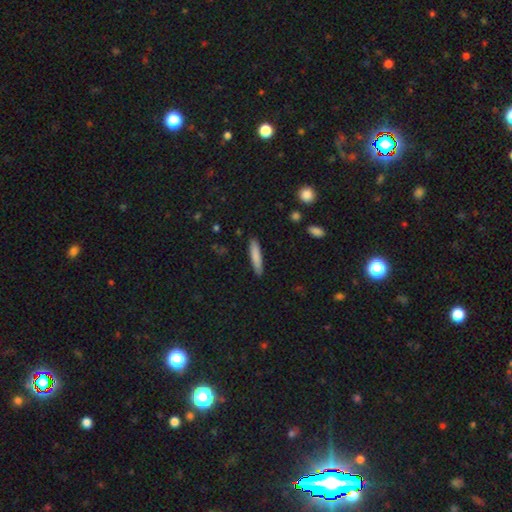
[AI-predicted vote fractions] A smooth galaxy with no disk features (81%) that is cigar-shaped (88%). Merging: none (87%).